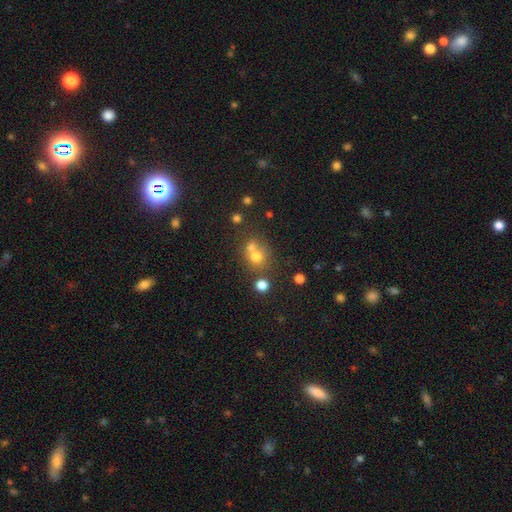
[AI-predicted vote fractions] Q: Smooth or featured?
A: smooth (66%); runner-up: star or artifact (19%)
Q: How rounded?
A: round (82%); runner-up: in between (17%)
Q: Merging?
A: merger (45%); runner-up: none (44%)